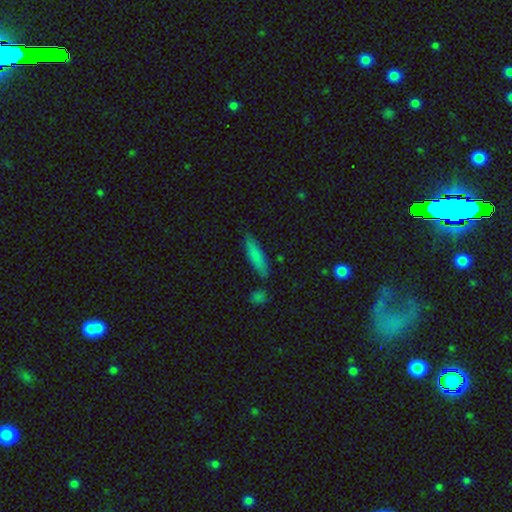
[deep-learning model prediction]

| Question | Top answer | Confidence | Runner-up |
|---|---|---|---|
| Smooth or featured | smooth | 79% | featured or disk (13%) |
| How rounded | cigar-shaped | 73% | in between (25%) |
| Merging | none | 79% | minor disturbance (14%) |